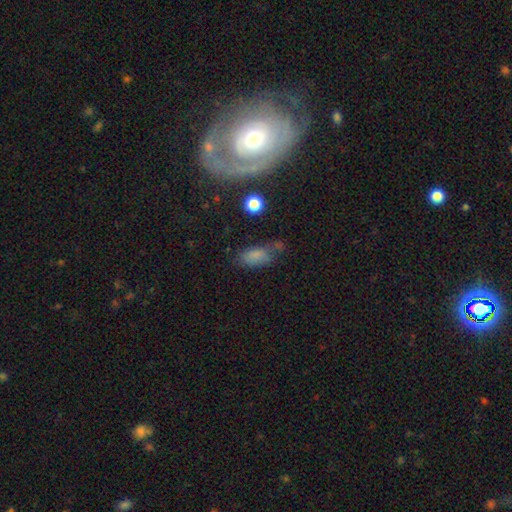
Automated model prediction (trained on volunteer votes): Smooth or featured? Predicted: smooth (p=0.72). How rounded? Predicted: in between (p=0.81). Merging? Predicted: none (p=0.49).